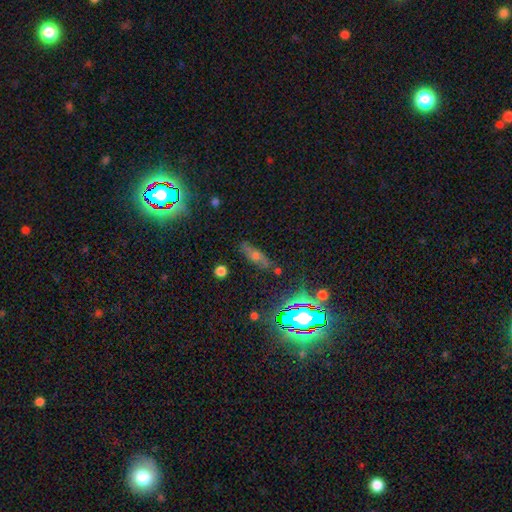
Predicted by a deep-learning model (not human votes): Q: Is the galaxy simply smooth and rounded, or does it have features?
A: smooth — 38%.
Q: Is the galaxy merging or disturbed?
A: none — 76%.